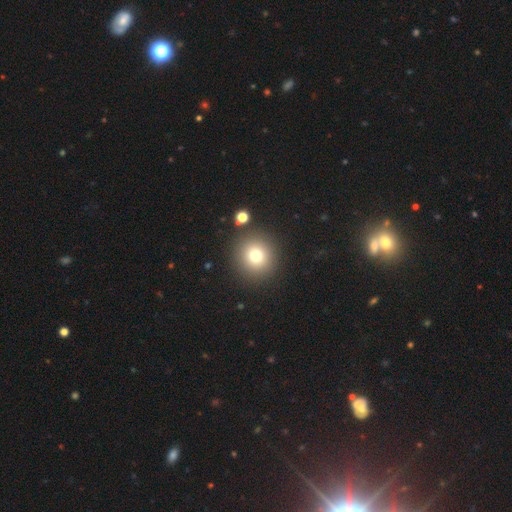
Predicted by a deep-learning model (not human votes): This is likely a smooth galaxy (75%). How rounded: clearly round (93%). Merging: clearly none (87%).